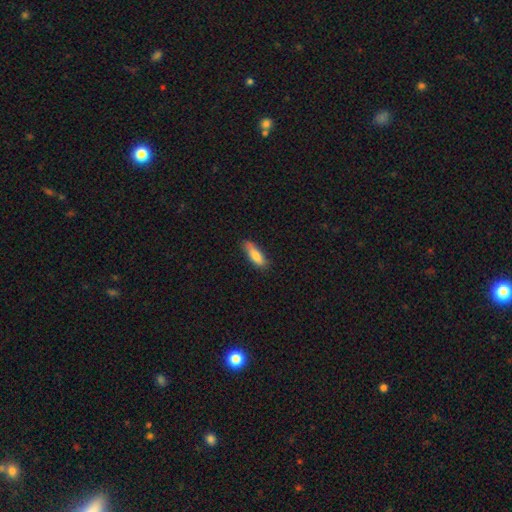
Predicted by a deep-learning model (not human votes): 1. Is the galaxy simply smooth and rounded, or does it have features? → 80% smooth, 14% featured or disk, 6% star or artifact.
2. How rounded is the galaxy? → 51% in between, 48% cigar-shaped, 2% round.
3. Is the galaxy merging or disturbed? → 74% none, 21% minor disturbance, 4% major disturbance, 1% merger.